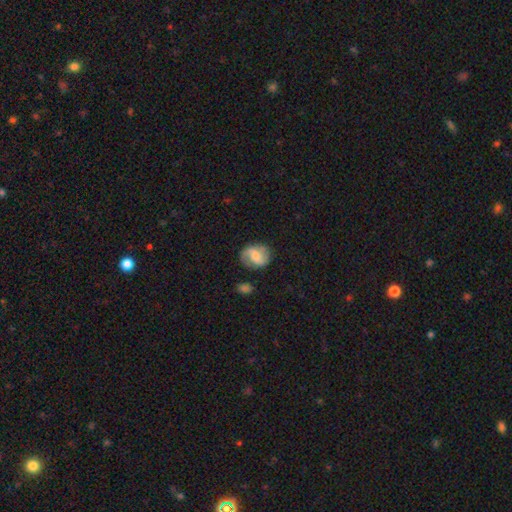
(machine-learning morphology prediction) smooth_or_featured: featured or disk (p=0.62) [alt: smooth p=0.30]
disk_edge_on: no (p=0.98) [alt: yes p=0.02]
bar: weak (p=0.48) [alt: no p=0.31]
has_spiral_arms: yes (p=0.91) [alt: no p=0.09]
spiral_winding: medium (p=0.42) [alt: loose p=0.40]
spiral_arm_count: 2 (p=0.85) [alt: can't tell p=0.06]
bulge_size: moderate (p=0.38) [alt: small p=0.37]
merging: none (p=0.73) [alt: minor disturbance p=0.18]